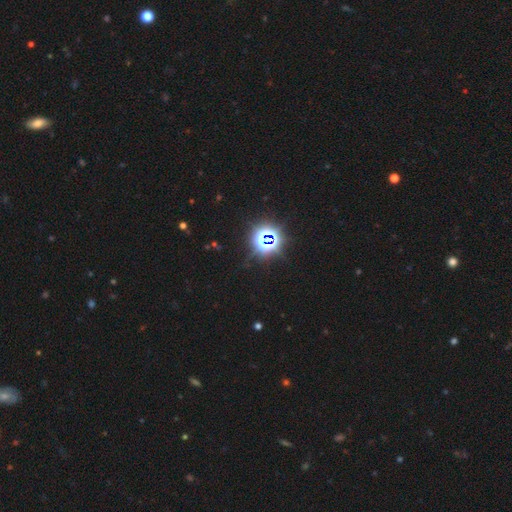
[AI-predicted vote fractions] The model was most divided on "smooth or featured": star or artifact: 84%, smooth: 11%, featured or disk: 6%.